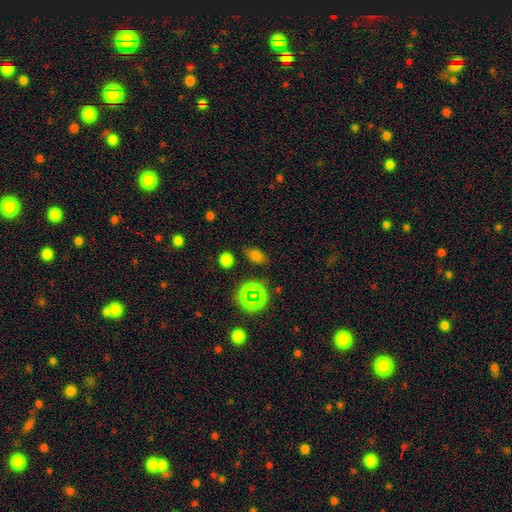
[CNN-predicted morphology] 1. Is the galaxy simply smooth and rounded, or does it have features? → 69% smooth, 23% star or artifact, 8% featured or disk.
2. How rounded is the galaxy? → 80% in between, 17% round, 4% cigar-shaped.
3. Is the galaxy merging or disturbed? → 79% none, 14% minor disturbance, 4% major disturbance, 3% merger.